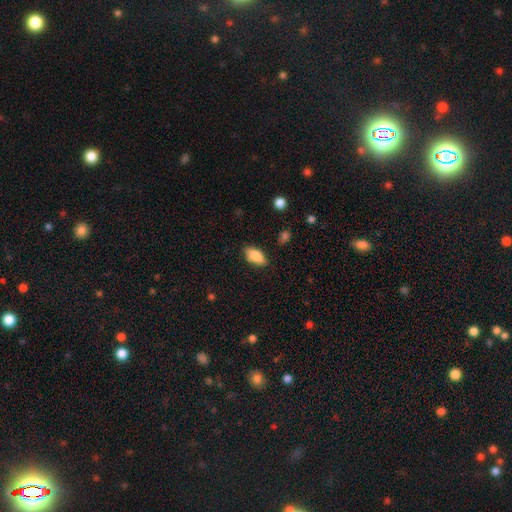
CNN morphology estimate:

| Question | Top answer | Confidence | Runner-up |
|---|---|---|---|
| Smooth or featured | smooth | 81% | featured or disk (12%) |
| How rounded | in between | 87% | cigar-shaped (9%) |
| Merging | none | 81% | minor disturbance (15%) |